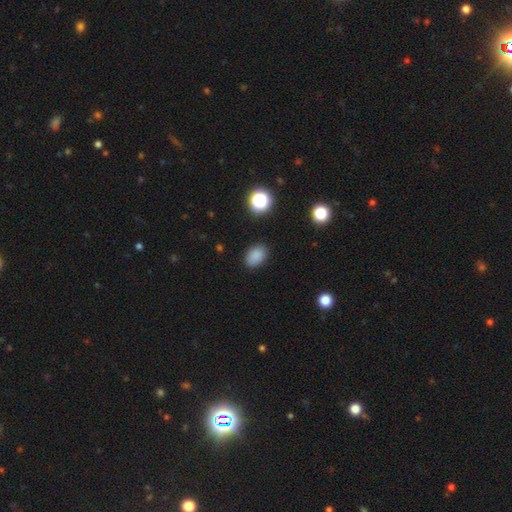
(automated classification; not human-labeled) Morphology: type=smooth (84%); roundness=in between (80%); merging=none (86%).